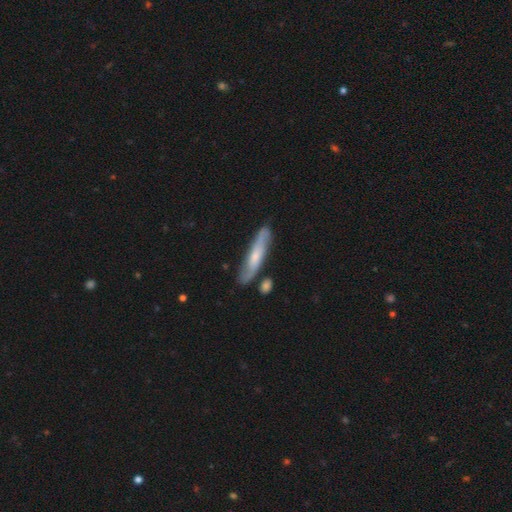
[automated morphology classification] The model was most divided on "edge-on disk": yes: 52%, no: 48%. More confident: merging — none (75%); smooth or featured — featured or disk (52%).